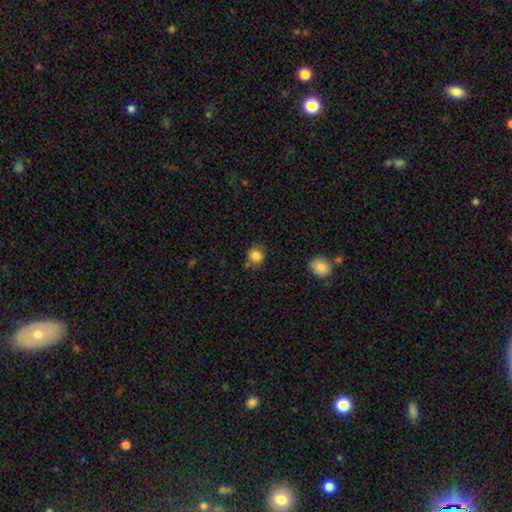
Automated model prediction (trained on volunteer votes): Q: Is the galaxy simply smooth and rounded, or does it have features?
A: smooth — 85%.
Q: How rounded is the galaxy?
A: round — 81%.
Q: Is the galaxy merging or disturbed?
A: none — 73%.